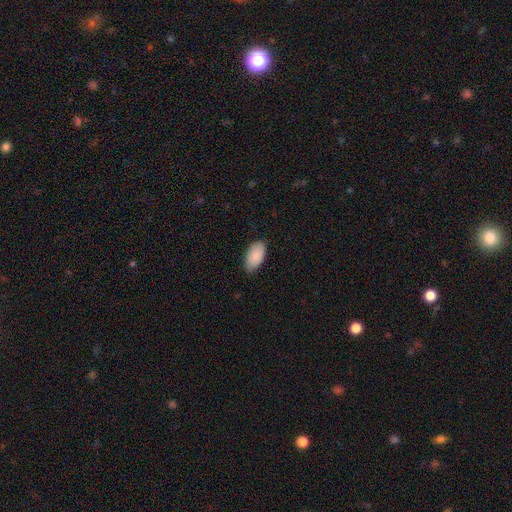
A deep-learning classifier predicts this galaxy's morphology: The model was most divided on "merging": none: 83%, minor disturbance: 14%, major disturbance: 2%, merger: 1%. More confident: how rounded — in between (95%); smooth or featured — smooth (88%).